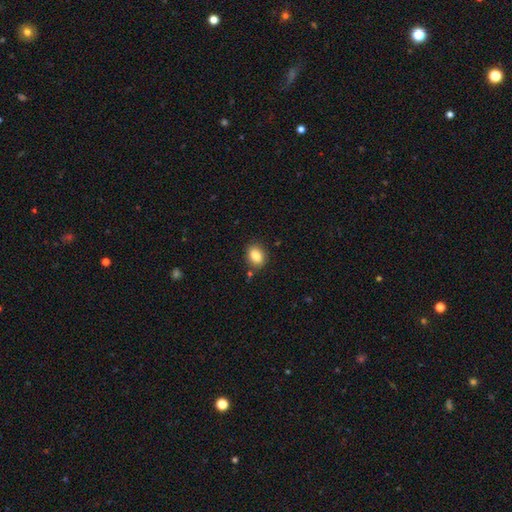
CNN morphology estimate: Smooth or featured? smooth (86%)
How rounded? in between (64%)
Merging? none (81%)